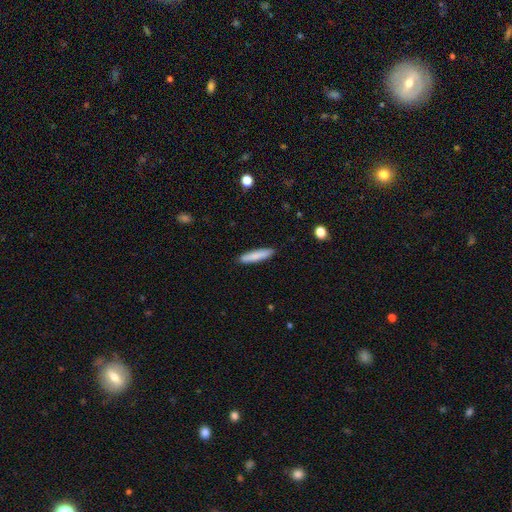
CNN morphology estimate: Smooth or featured? smooth (84%)
How rounded? cigar-shaped (87%)
Merging? none (90%)